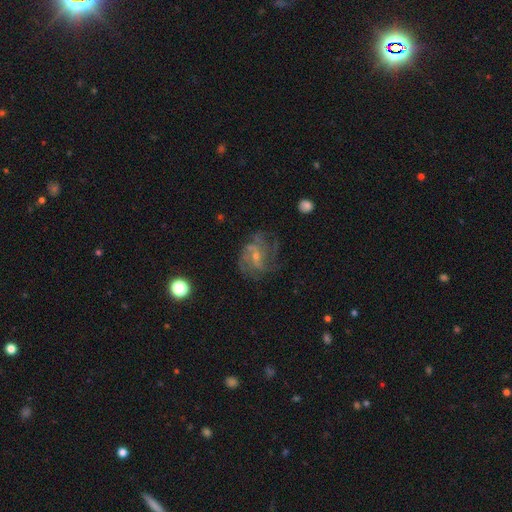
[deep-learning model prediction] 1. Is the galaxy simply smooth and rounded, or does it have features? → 74% featured or disk, 13% smooth, 12% star or artifact.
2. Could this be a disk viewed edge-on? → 97% no, 3% yes.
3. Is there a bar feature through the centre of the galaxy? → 46% no, 44% weak, 10% strong.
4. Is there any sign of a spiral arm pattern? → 89% yes, 11% no.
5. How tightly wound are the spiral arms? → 45% medium, 34% tight, 21% loose.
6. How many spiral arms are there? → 32% can't tell, 23% 3, 18% 2, 15% 4, 6% more than 4, 6% 1.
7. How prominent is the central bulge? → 65% small, 28% moderate, 5% none, 1% large, 1% dominant.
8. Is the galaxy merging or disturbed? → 68% none, 17% minor disturbance, 13% major disturbance, 2% merger.